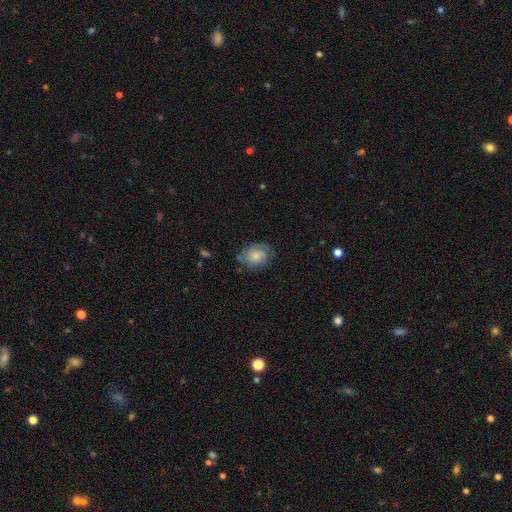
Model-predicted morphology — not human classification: Overall: smooth (59%; featured or disk 33%). How rounded: in between (53%; round 46%). Merging: none (66%).